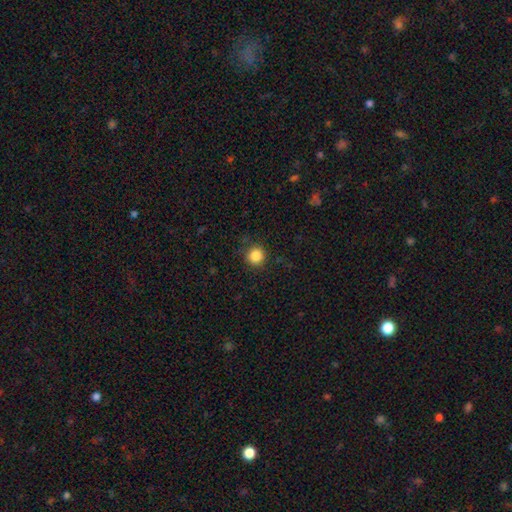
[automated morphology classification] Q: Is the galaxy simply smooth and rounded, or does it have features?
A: smooth — 85%.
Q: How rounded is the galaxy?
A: round — 93%.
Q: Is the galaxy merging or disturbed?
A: none — 87%.